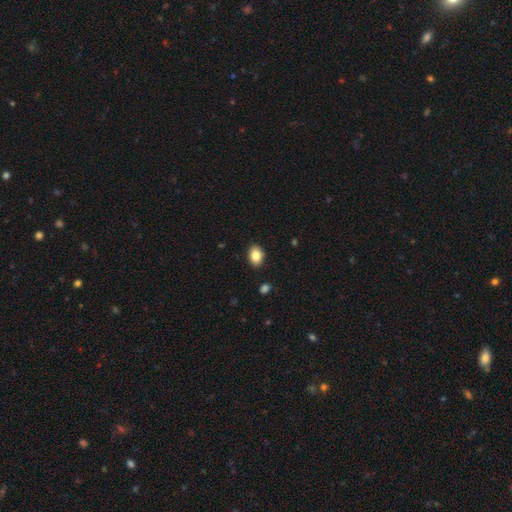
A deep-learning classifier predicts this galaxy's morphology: A smooth galaxy with no disk features (84%) that is in between round and cigar-shaped (78%).

Vote fractions:
- Smooth or featured? smooth: 84% / star or artifact: 8% / featured or disk: 8%
- How rounded? in between: 78% / round: 21% / cigar-shaped: 1%
- Merging? none: 89% / minor disturbance: 8% / major disturbance: 2% / merger: 1%